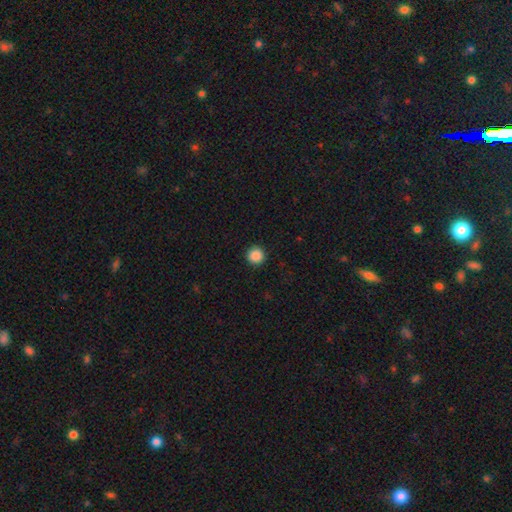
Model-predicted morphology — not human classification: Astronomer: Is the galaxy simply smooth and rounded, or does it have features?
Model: smooth — 88%.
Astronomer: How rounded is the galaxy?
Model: round — 96%.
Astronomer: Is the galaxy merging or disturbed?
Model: none — 93%.